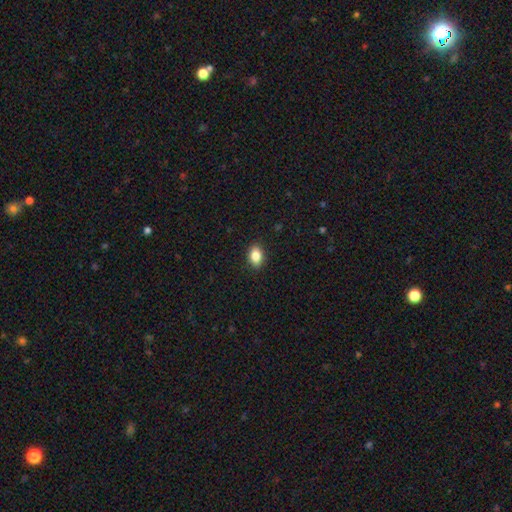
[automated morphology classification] Smooth or featured? smooth (84%)
How rounded? in between (81%)
Merging? none (89%)